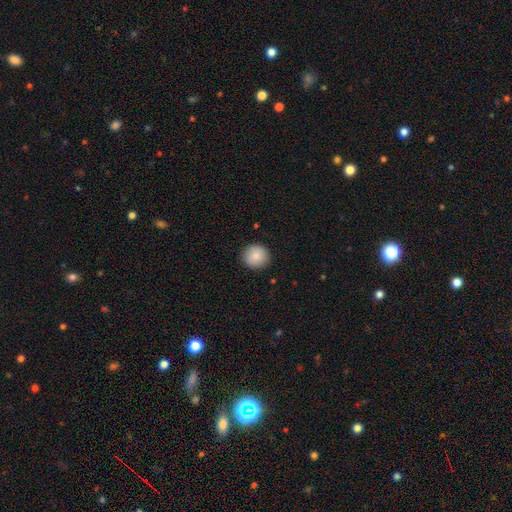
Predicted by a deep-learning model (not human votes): smooth 84%, star or artifact 8%, featured or disk 8%. Down the decision tree: how rounded — round (91%); merging — none (90%).